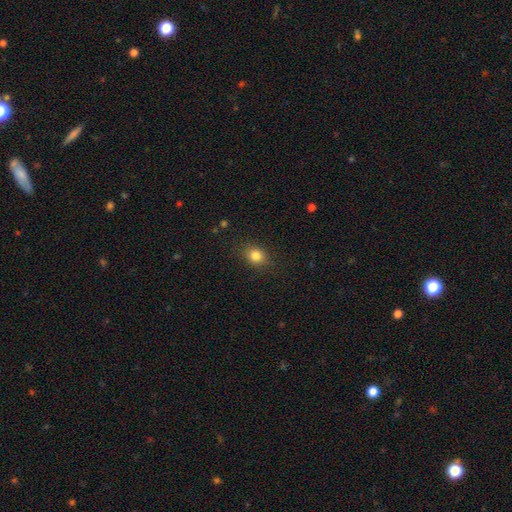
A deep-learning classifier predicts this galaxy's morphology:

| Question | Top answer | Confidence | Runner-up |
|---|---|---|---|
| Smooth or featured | smooth | 82% | star or artifact (11%) |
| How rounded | round | 52% | in between (47%) |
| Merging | none | 85% | minor disturbance (10%) |